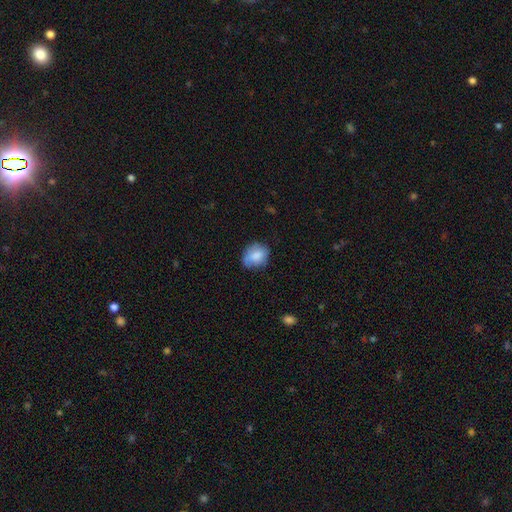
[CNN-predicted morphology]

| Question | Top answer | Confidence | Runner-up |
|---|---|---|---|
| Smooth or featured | smooth | 74% | featured or disk (19%) |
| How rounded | round | 53% | in between (46%) |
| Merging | none | 57% | minor disturbance (32%) |